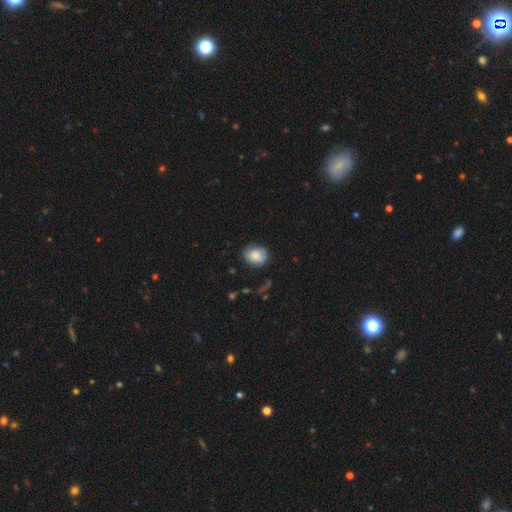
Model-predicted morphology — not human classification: Q: Smooth or featured?
A: smooth (82%); runner-up: featured or disk (10%)
Q: How rounded?
A: round (60%); runner-up: in between (39%)
Q: Merging?
A: none (70%); runner-up: minor disturbance (22%)